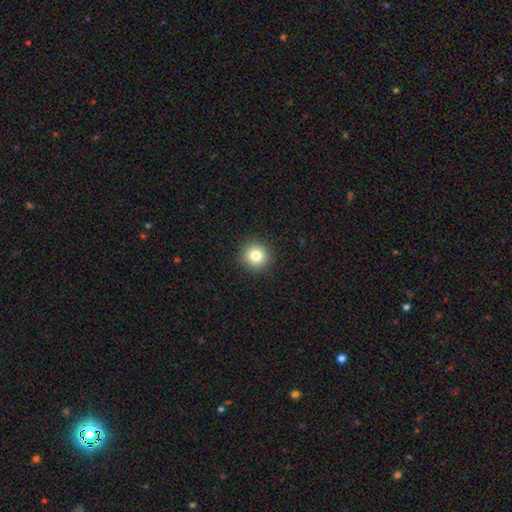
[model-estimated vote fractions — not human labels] Smooth or featured? Predicted: smooth (p=0.80). How rounded? Predicted: round (p=0.93). Merging? Predicted: none (p=0.92).